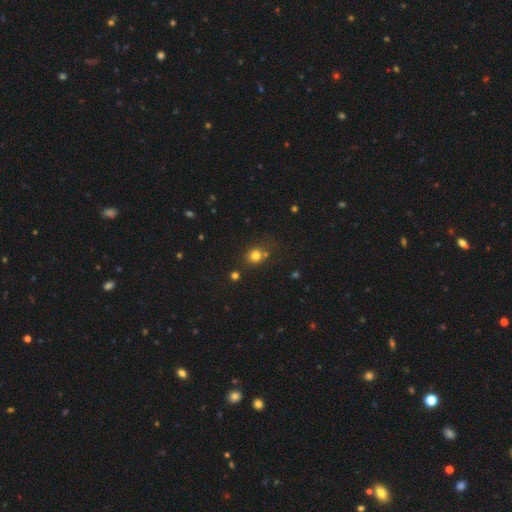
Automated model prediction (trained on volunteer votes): smooth-or-featured: smooth: 77% | star or artifact: 16% | featured or disk: 7%
  how-rounded: round: 83% | in between: 16% | cigar-shaped: 1%
  merging: none: 69% | merger: 14% | minor disturbance: 12% | major disturbance: 5%